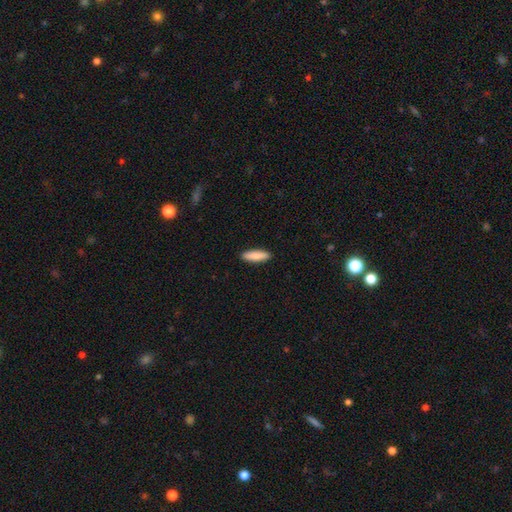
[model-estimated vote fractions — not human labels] Overall: smooth (86%). How rounded: cigar-shaped (62%; in between 36%). Merging: none (91%).